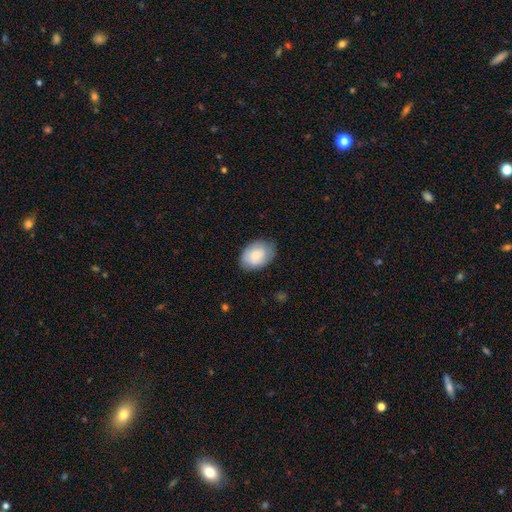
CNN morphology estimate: A smooth galaxy with no disk features (85%) that is in between round and cigar-shaped (84%).

Vote fractions:
- Smooth or featured? smooth: 85% / featured or disk: 9% / star or artifact: 6%
- How rounded? in between: 84% / round: 15% / cigar-shaped: 1%
- Merging? none: 74% / minor disturbance: 20% / major disturbance: 4% / merger: 1%